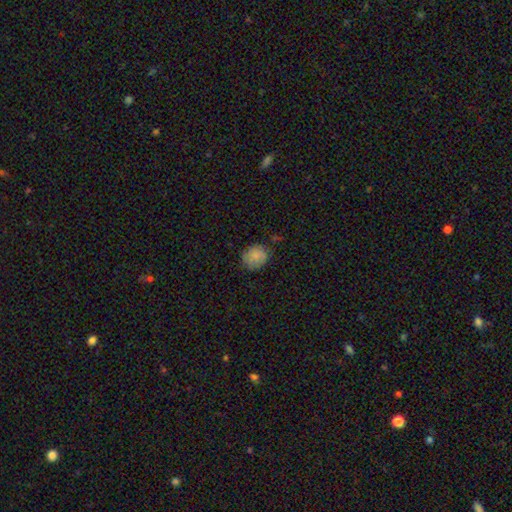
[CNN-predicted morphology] smooth_or_featured: smooth (p=0.81) [alt: featured or disk p=0.10]
how_rounded: round (p=0.76) [alt: in between p=0.23]
merging: none (p=0.75) [alt: minor disturbance p=0.20]